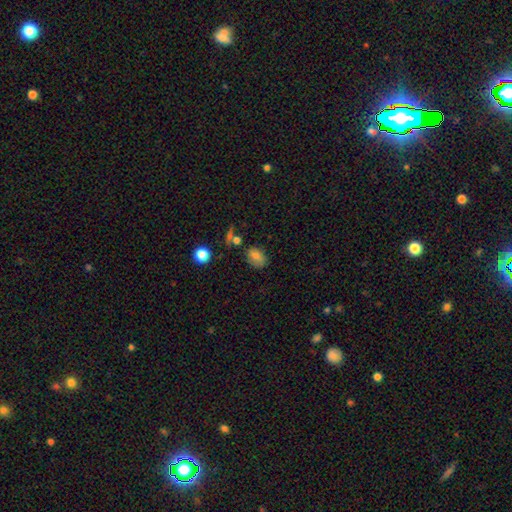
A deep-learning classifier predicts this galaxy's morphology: A smooth galaxy with no disk features (76%) that is in between round and cigar-shaped (77%). Merging: none (66%).